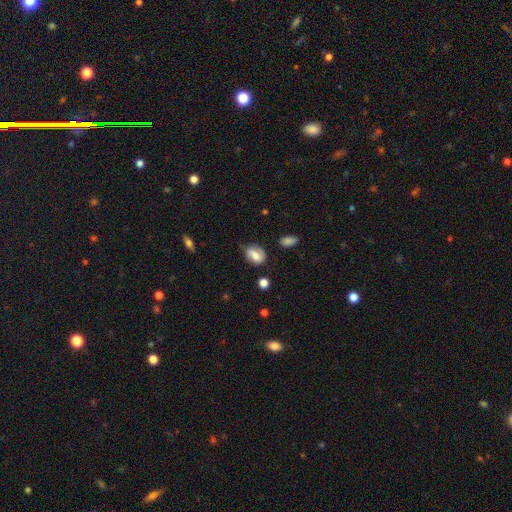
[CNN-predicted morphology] This appears to be a smooth galaxy with no disk features (49%). Merging: none (62%).